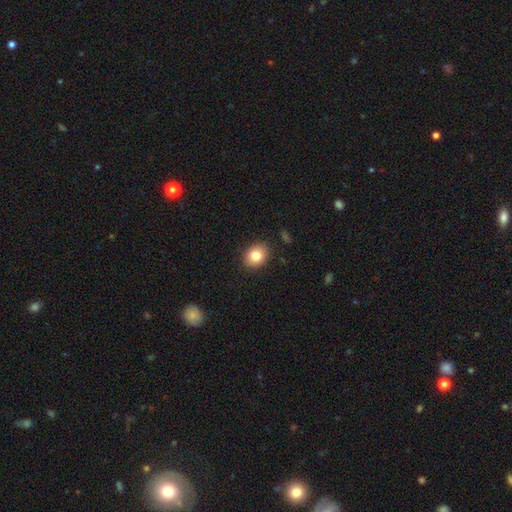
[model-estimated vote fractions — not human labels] smooth-or-featured: smooth: 81% | featured or disk: 10% | star or artifact: 9%
  how-rounded: round: 51% | in between: 48% | cigar-shaped: 1%
  merging: none: 88% | minor disturbance: 8% | major disturbance: 2% | merger: 1%